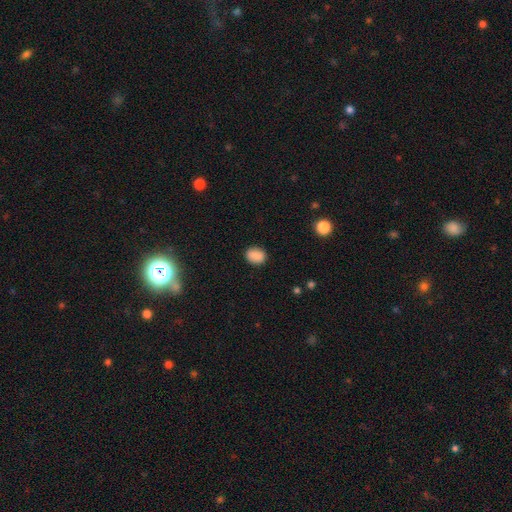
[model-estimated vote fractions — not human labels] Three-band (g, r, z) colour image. It shows a smooth galaxy with no disk features (87%) that is in between round and cigar-shaped (61%). Merging: none (86%).